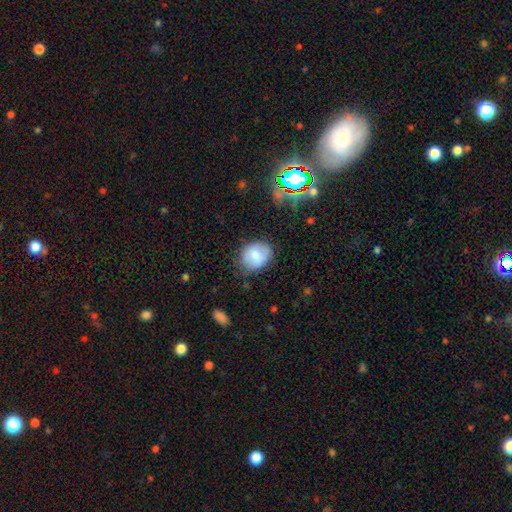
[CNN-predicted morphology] Smooth or featured? smooth (76%)
How rounded? round (57%)
Merging? none (75%)